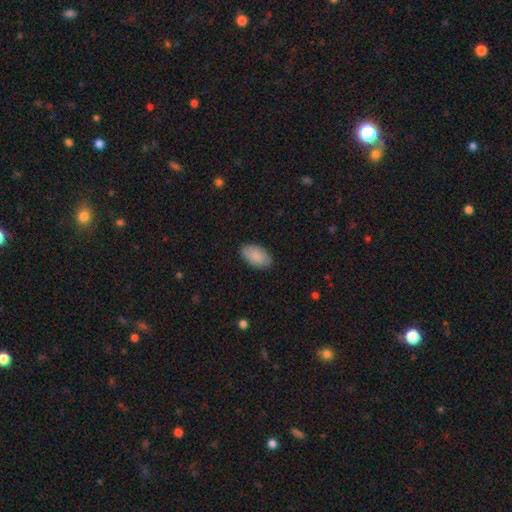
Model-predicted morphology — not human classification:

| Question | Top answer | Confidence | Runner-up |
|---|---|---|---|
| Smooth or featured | smooth | 87% | featured or disk (7%) |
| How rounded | in between | 95% | round (3%) |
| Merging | none | 86% | minor disturbance (11%) |